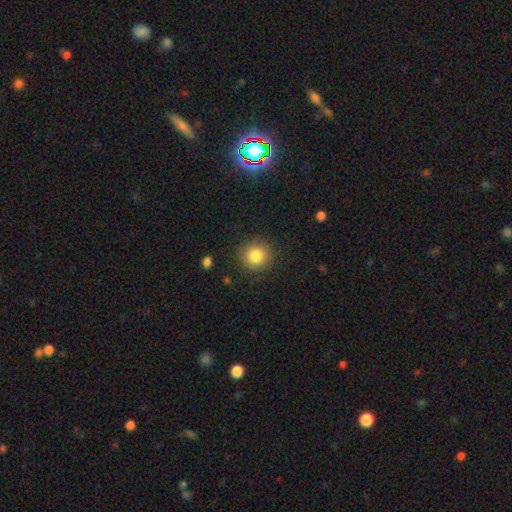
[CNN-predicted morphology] The model was most divided on "smooth or featured": smooth: 84%, star or artifact: 10%, featured or disk: 6%. More confident: how rounded — round (91%); merging — none (89%).